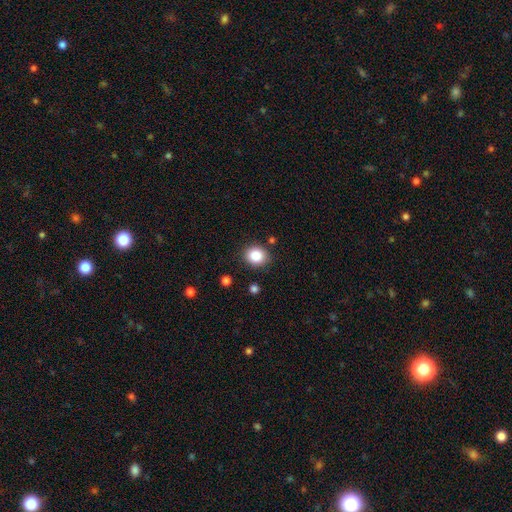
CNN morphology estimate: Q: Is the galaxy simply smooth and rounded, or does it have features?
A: smooth — 86%.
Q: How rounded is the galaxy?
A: round — 76%.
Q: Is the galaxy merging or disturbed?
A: none — 86%.